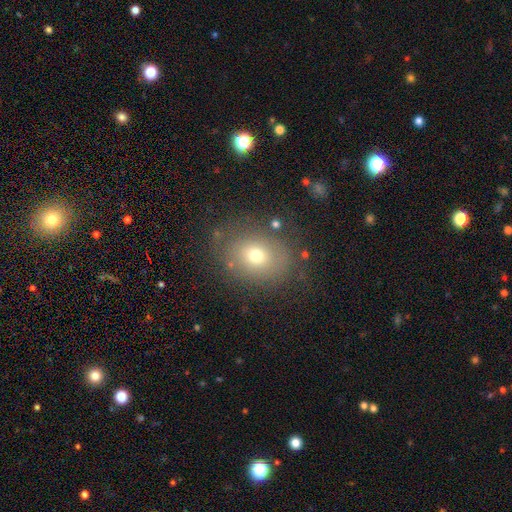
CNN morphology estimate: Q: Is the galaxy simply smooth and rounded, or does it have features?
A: smooth — 68%.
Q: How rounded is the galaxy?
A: round — 51%.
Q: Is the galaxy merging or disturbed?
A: none — 75%.